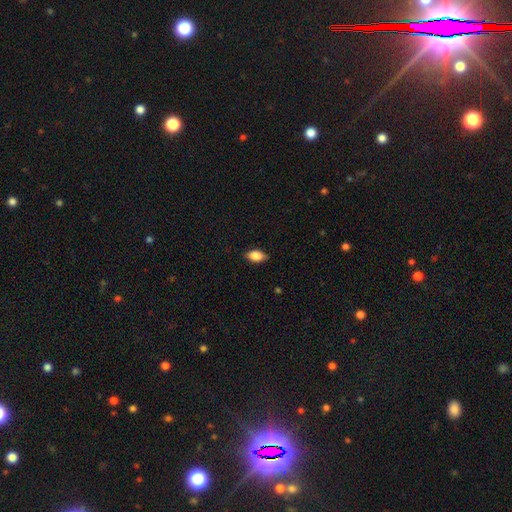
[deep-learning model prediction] smooth 84%, featured or disk 8%, star or artifact 7%. Down the decision tree: how rounded — in between (90%); merging — none (84%).